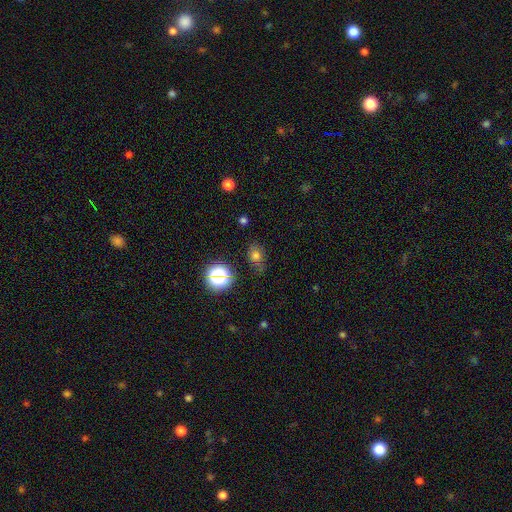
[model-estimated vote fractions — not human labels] Smooth or featured? smooth (67%)
How rounded? in between (56%)
Merging? none (72%)